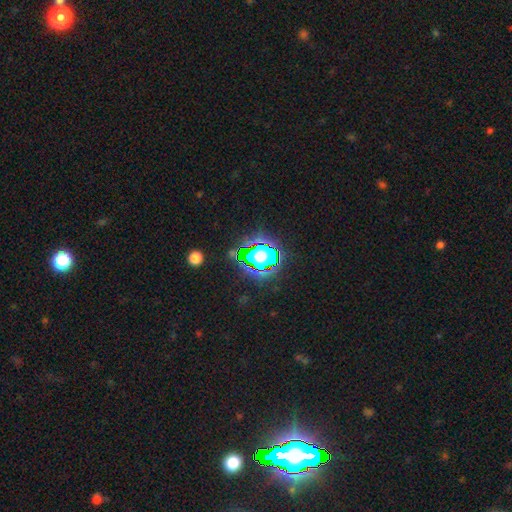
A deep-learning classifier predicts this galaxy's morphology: Smooth or featured?
  - star or artifact: 77% *
  - smooth: 14%
  - featured or disk: 8%